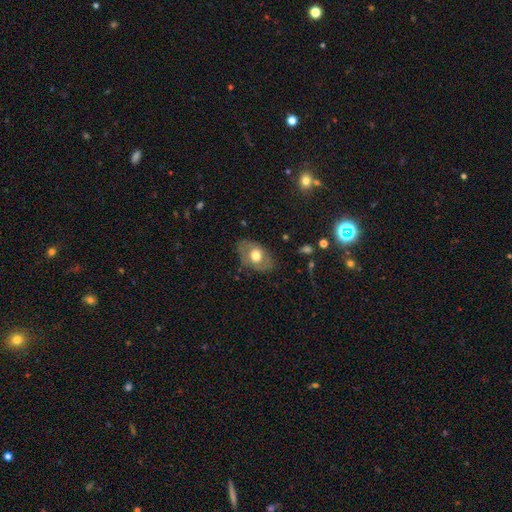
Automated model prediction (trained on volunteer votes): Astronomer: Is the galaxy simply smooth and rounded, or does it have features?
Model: smooth — 57% (runner-up: featured or disk, 36%).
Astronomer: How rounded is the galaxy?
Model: in between — 83%.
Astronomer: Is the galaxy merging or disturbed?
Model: none — 75%.